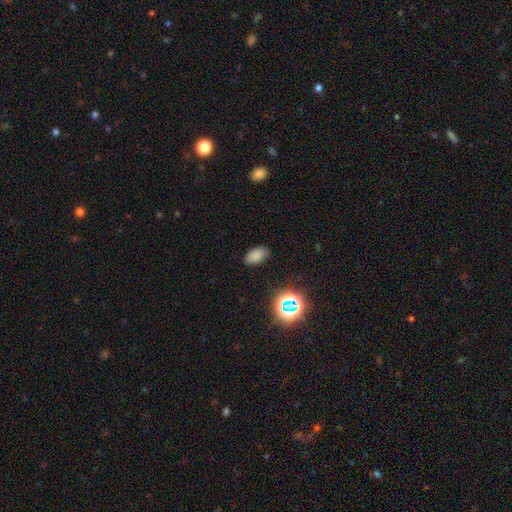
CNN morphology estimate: smooth-or-featured: smooth: 78% | star or artifact: 16% | featured or disk: 6%
  how-rounded: in between: 92% | round: 6% | cigar-shaped: 2%
  merging: none: 86% | minor disturbance: 10% | major disturbance: 3% | merger: 1%